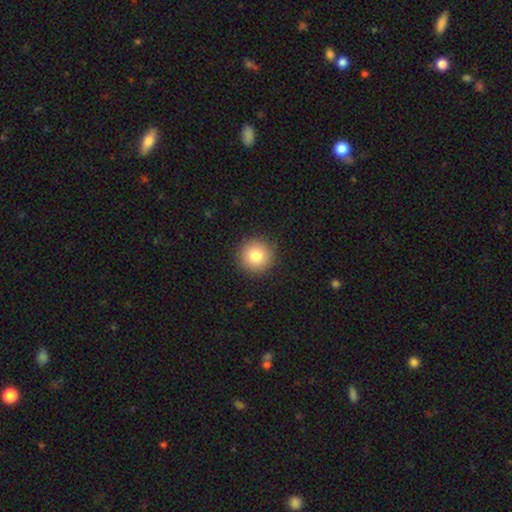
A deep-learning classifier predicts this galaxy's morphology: smooth_or_featured: smooth (p=0.81) [alt: star or artifact p=0.10]
how_rounded: round (p=0.95) [alt: in between p=0.04]
merging: none (p=0.91) [alt: minor disturbance p=0.06]